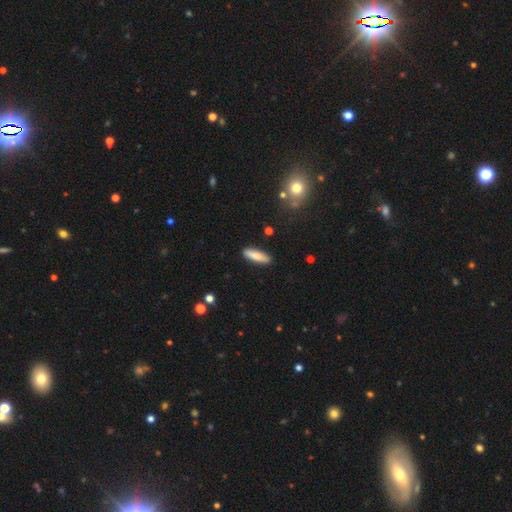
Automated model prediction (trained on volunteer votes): Q: Smooth or featured?
A: smooth (77%); runner-up: featured or disk (17%)
Q: How rounded?
A: cigar-shaped (62%); runner-up: in between (36%)
Q: Merging?
A: none (88%); runner-up: minor disturbance (9%)